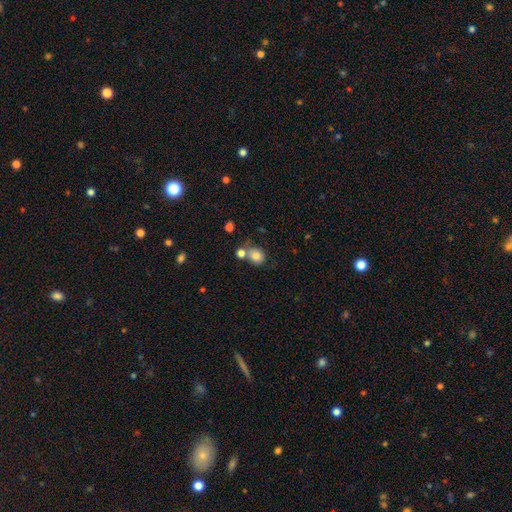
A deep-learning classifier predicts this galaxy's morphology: This appears to be a smooth galaxy with no disk features (82%) that is round (66%). Merging: none (50%).